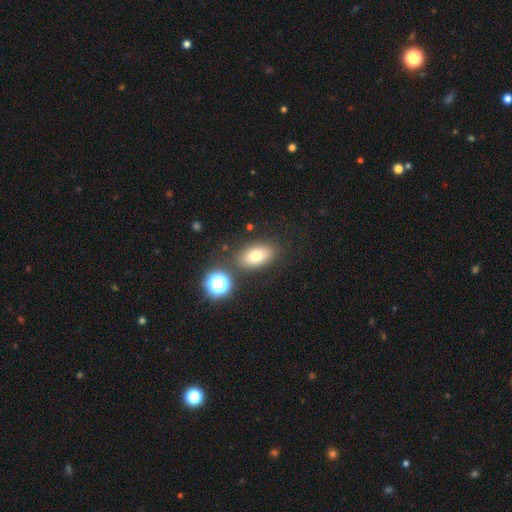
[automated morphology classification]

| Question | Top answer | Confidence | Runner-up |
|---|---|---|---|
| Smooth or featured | smooth | 75% | featured or disk (13%) |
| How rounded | in between | 86% | round (12%) |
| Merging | none | 80% | minor disturbance (11%) |